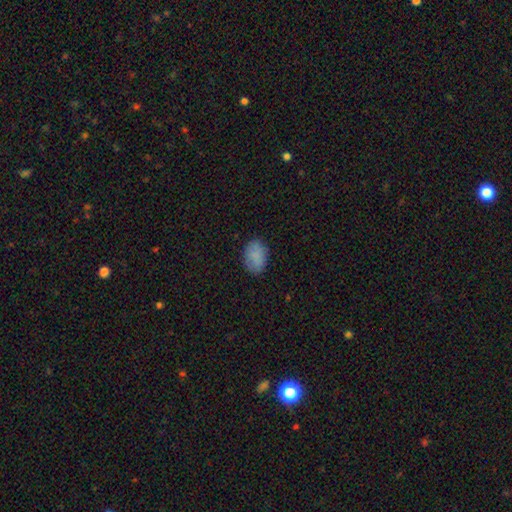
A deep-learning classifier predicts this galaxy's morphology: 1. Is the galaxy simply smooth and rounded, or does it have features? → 84% smooth, 8% star or artifact, 8% featured or disk.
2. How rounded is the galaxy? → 80% in between, 19% round, 1% cigar-shaped.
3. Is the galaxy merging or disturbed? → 80% none, 15% minor disturbance, 4% major disturbance, 1% merger.